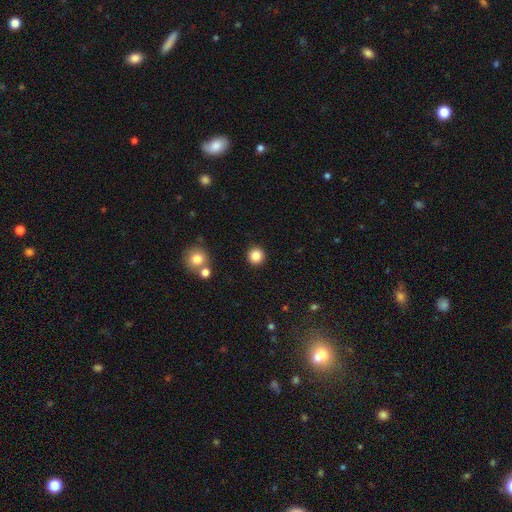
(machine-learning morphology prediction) The model was most divided on "smooth or featured": smooth: 84%, star or artifact: 11%, featured or disk: 5%. More confident: how rounded — round (94%); merging — none (91%).